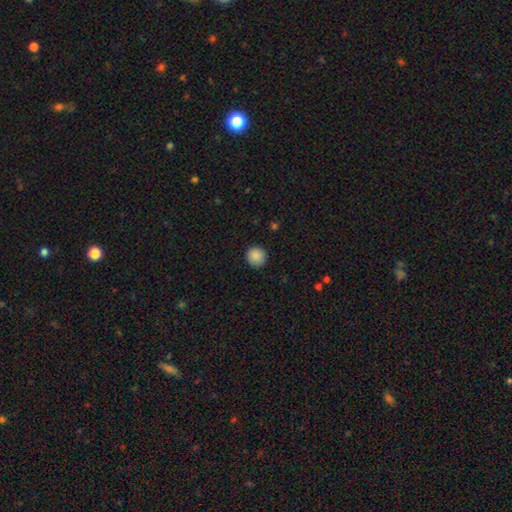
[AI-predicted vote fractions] Morphology: type=smooth (88%); roundness=round (94%); merging=none (91%).